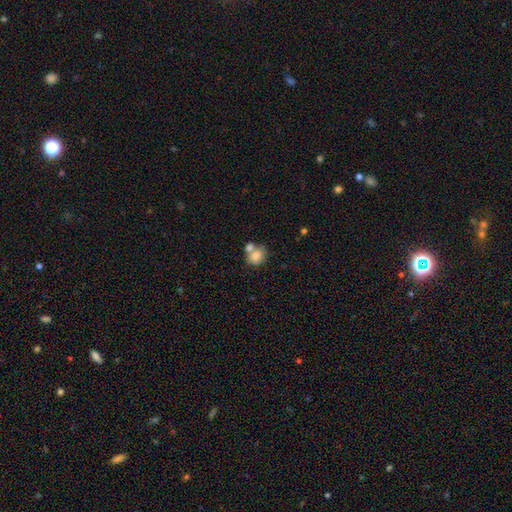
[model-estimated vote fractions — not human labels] smooth-or-featured: smooth: 79% | featured or disk: 13% | star or artifact: 8%
  how-rounded: in between: 51% | round: 48% | cigar-shaped: 1%
  merging: merger: 47% | none: 35% | minor disturbance: 12% | major disturbance: 6%